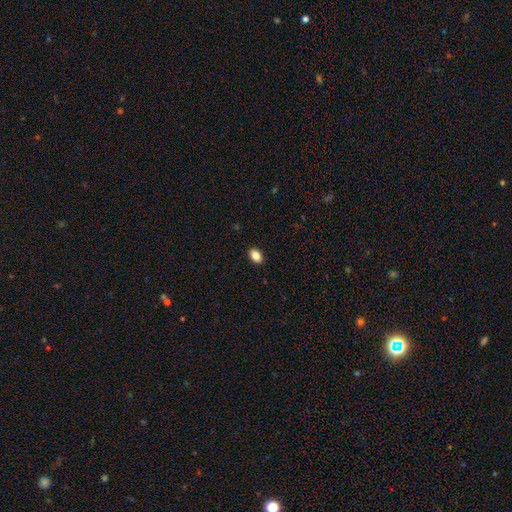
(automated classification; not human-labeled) smooth-or-featured: smooth: 87% | star or artifact: 9% | featured or disk: 5%
  how-rounded: in between: 83% | round: 16% | cigar-shaped: 1%
  merging: none: 90% | minor disturbance: 7% | major disturbance: 2% | merger: 1%